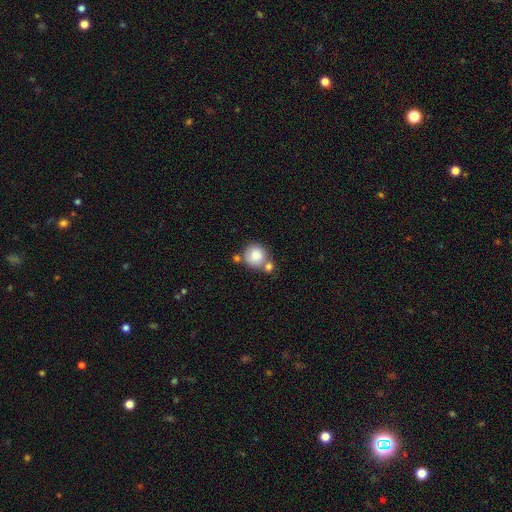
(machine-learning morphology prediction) A smooth galaxy with no disk features (83%) that is round (89%).

Vote fractions:
- Smooth or featured? smooth: 83% / featured or disk: 9% / star or artifact: 8%
- How rounded? round: 89% / in between: 10% / cigar-shaped: 1%
- Merging? none: 54% / merger: 29% / minor disturbance: 13% / major disturbance: 4%